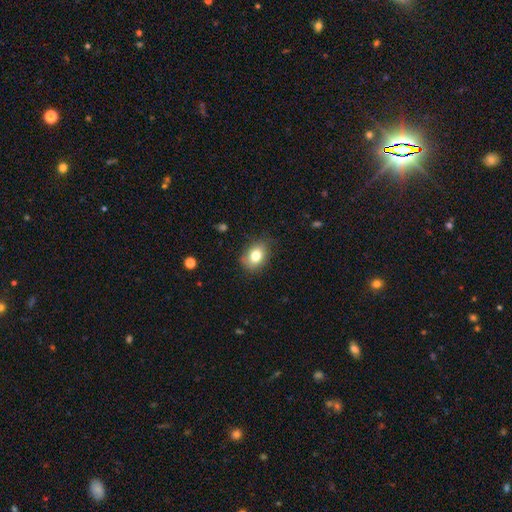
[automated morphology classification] This is likely a smooth galaxy (80%). How rounded: likely in between (70%). Merging: likely none (79%).